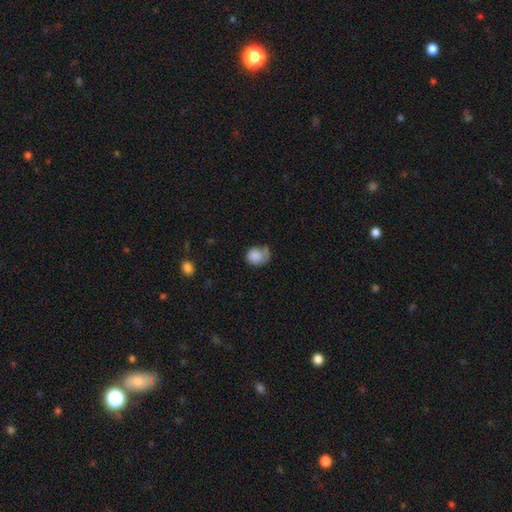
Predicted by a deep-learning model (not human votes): smooth_or_featured: smooth (p=0.81) [alt: featured or disk p=0.12]
how_rounded: round (p=0.61) [alt: in between p=0.38]
merging: none (p=0.39) [alt: minor disturbance p=0.31]